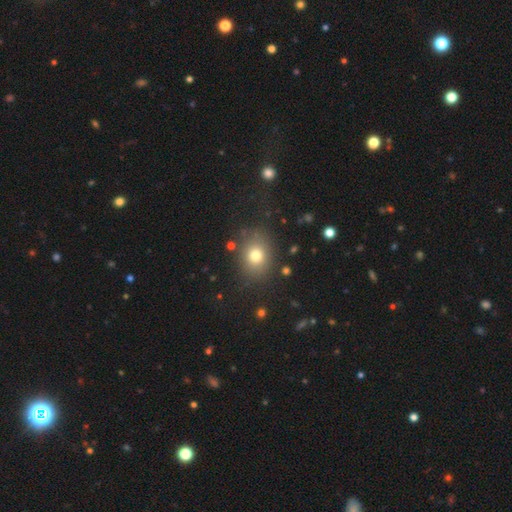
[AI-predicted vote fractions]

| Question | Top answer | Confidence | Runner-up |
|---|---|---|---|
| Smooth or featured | smooth | 75% | star or artifact (15%) |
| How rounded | round | 60% | in between (39%) |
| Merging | none | 82% | minor disturbance (11%) |